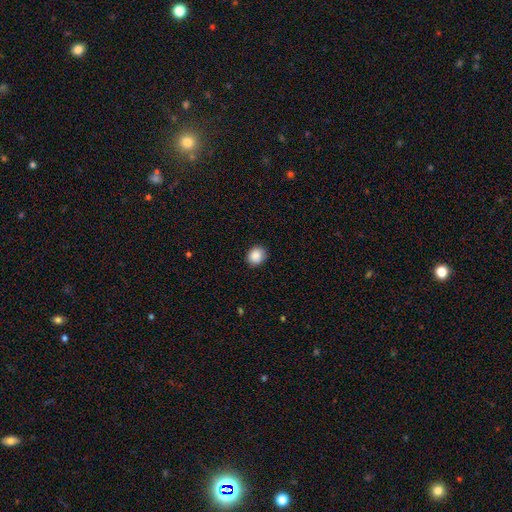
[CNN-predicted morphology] The model was most divided on "how rounded": round: 72%, in between: 27%, cigar-shaped: 1%. More confident: merging — none (89%); smooth or featured — smooth (88%).